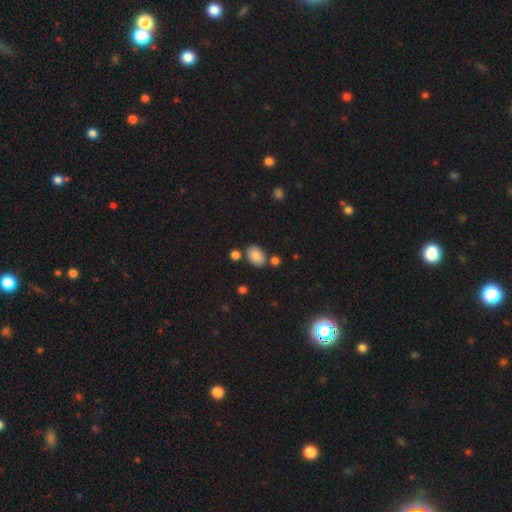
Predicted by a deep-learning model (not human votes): Smooth or featured? smooth (82%)
How rounded? in between (80%)
Merging? none (74%)